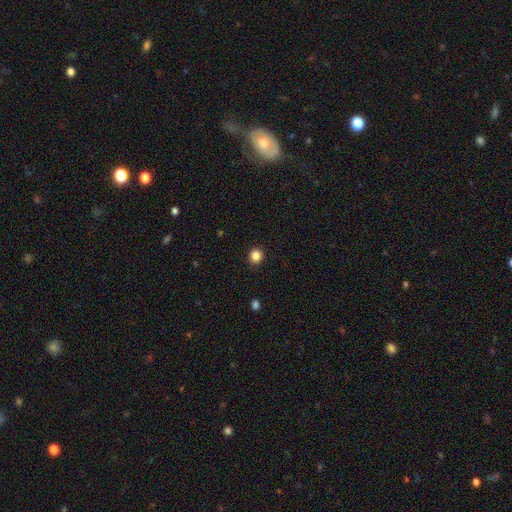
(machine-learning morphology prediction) smooth 85%, star or artifact 11%, featured or disk 3%. Down the decision tree: how rounded — round (91%); merging — none (93%).